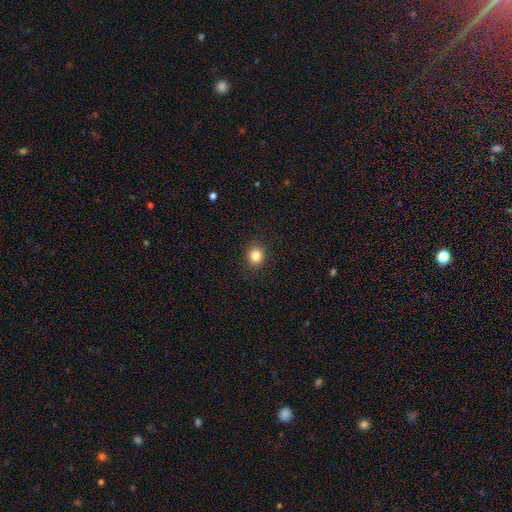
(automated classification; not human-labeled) This is clearly a smooth galaxy (83%). How rounded: clearly round (84%). Merging: clearly none (91%).